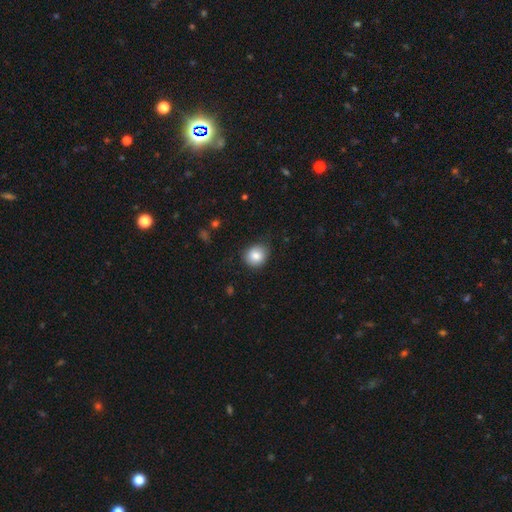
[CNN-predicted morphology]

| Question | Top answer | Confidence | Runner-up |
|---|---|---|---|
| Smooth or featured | smooth | 85% | star or artifact (9%) |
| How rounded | round | 78% | in between (21%) |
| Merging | none | 80% | minor disturbance (16%) |